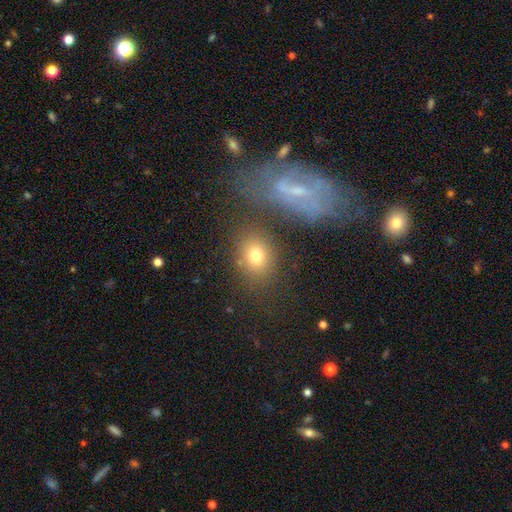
Smooth or featured?
  - smooth: 78% *
  - featured or disk: 20%
  - star or artifact: 2%
How rounded?
  - in between: 74% *
  - round: 26%
  - cigar-shaped: 0%
Merging?
  - none: 62% *
  - minor disturbance: 21%
  - major disturbance: 15%
  - merger: 3%